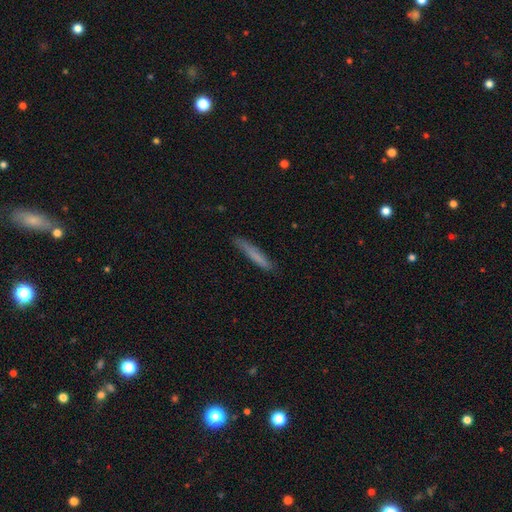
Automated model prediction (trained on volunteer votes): A smooth galaxy with no disk features (72%) that is cigar-shaped (95%). Merging: none (85%).